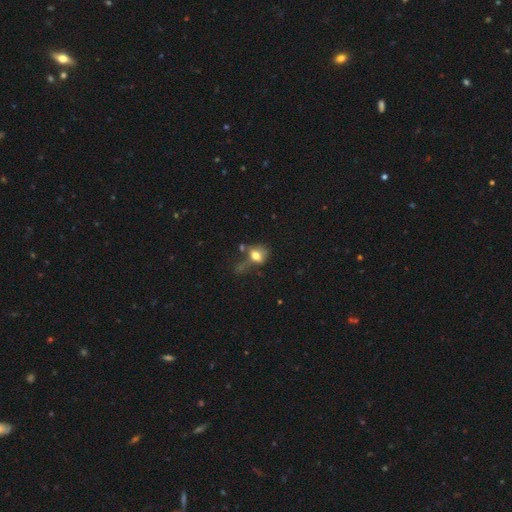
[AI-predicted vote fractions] This appears to be a smooth galaxy with no disk features (66%) that is in between round and cigar-shaped (56%). Merging: major disturbance (32%).